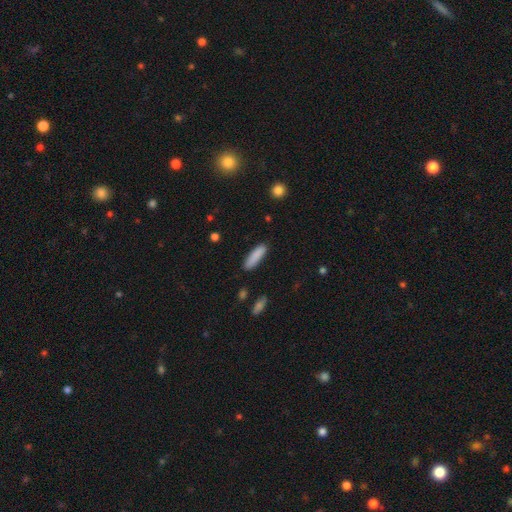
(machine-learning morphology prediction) Q: Smooth or featured?
A: smooth (88%); runner-up: star or artifact (6%)
Q: How rounded?
A: cigar-shaped (63%); runner-up: in between (35%)
Q: Merging?
A: none (87%); runner-up: minor disturbance (9%)